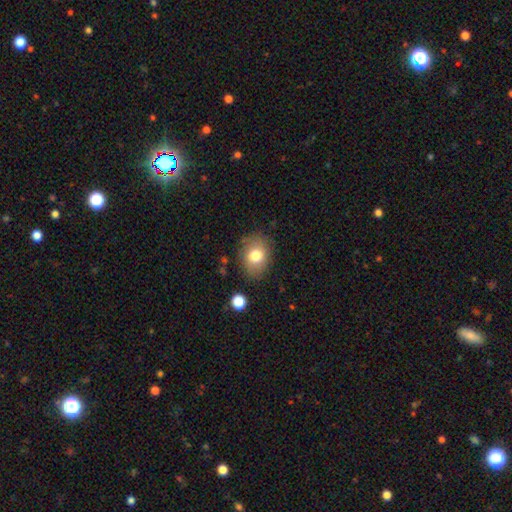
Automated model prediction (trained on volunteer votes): Morphology: type=smooth (77%); roundness=in between (55%); merging=none (79%).